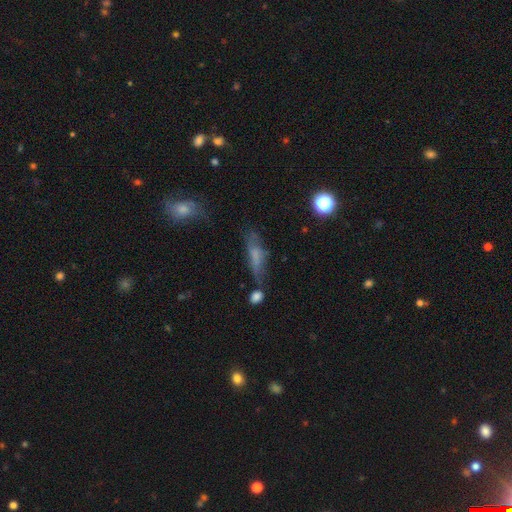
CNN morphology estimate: Smooth or featured?
  - smooth: 56% *
  - featured or disk: 31%
  - star or artifact: 13%
How rounded?
  - cigar-shaped: 58% *
  - in between: 38%
  - round: 4%
Merging?
  - none: 54% *
  - minor disturbance: 25%
  - major disturbance: 13%
  - merger: 8%